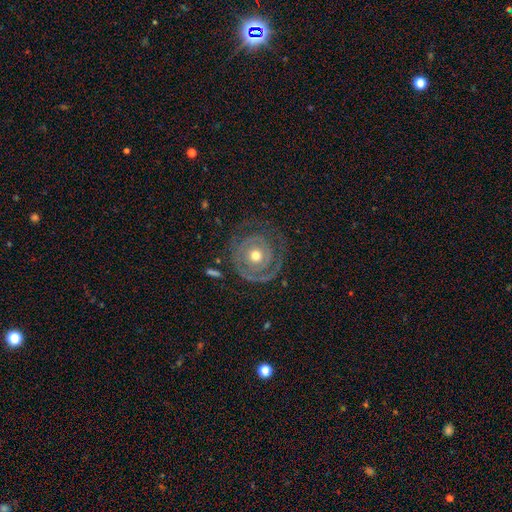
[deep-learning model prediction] featured or disk 77%, smooth 18%, star or artifact 6%. Down the decision tree: edge-on disk — no (97%); bar — no (85%); spiral arms — yes (79%); spiral arm count — 1 (42%); spiral winding — tight (74%); bulge size — moderate (69%); merging — none (67%).